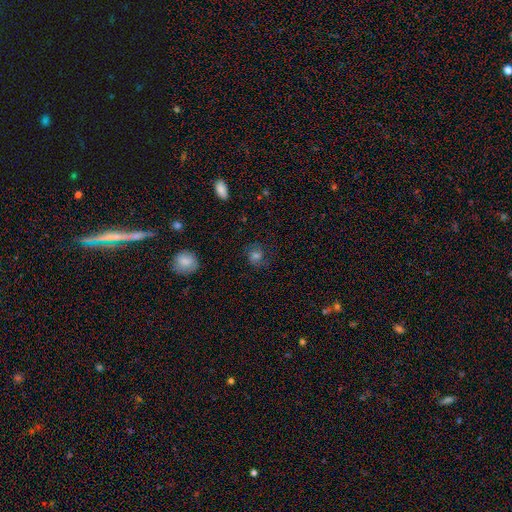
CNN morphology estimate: The model was most divided on "smooth or featured": smooth: 52%, featured or disk: 32%, star or artifact: 15%. More confident: merging — none (76%); how rounded — round (76%).